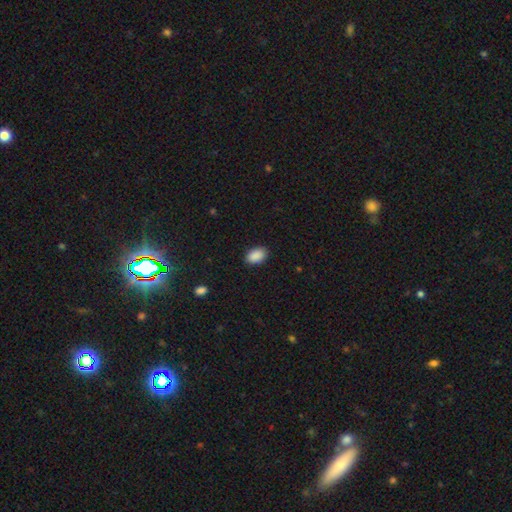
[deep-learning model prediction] smooth_or_featured: smooth (p=0.90) [alt: star or artifact p=0.07]
how_rounded: in between (p=0.90) [alt: round p=0.08]
merging: none (p=0.88) [alt: minor disturbance p=0.09]